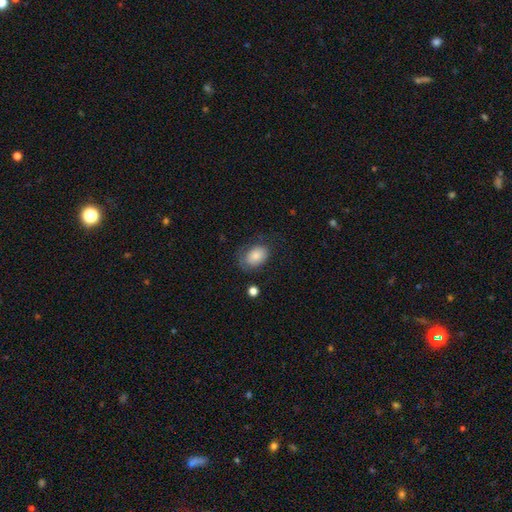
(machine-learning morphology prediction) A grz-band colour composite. It shows a smooth galaxy with no disk features (81%) that is in between round and cigar-shaped (77%). Merging: none (60%).